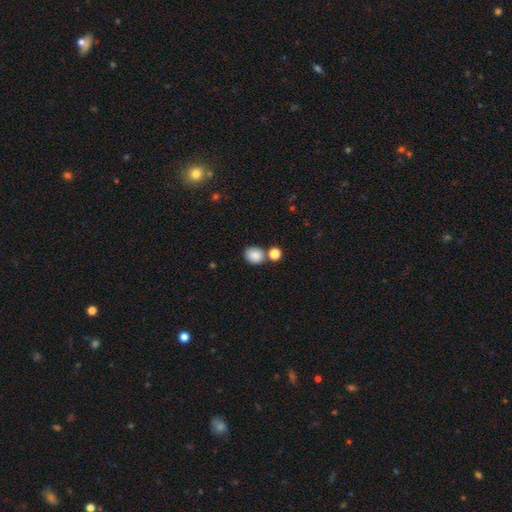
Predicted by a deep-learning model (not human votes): Smooth or featured? Predicted: smooth (p=0.86). How rounded? Predicted: round (p=0.72). Merging? Predicted: none (p=0.68).